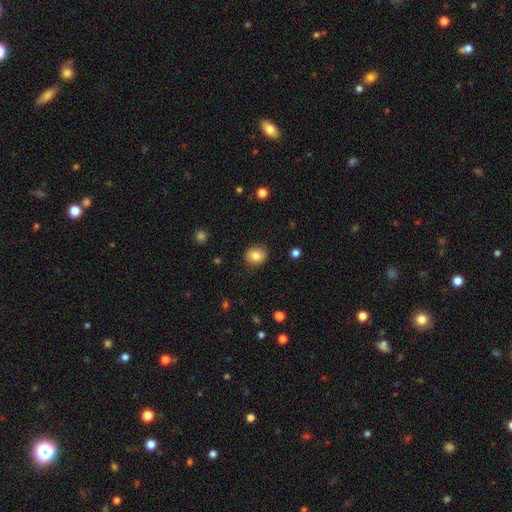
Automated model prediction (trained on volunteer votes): A smooth galaxy with no disk features (82%) that is round (66%). Merging: none (87%).